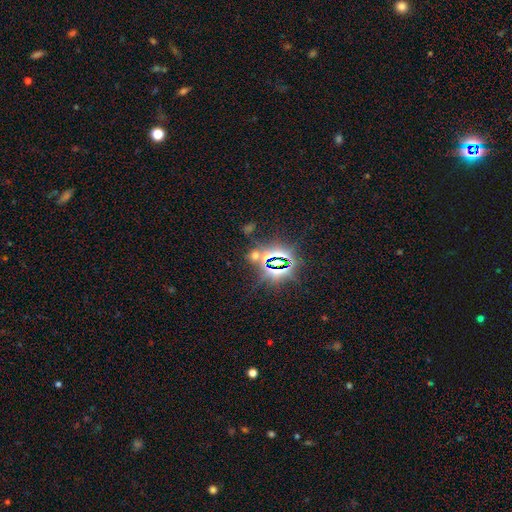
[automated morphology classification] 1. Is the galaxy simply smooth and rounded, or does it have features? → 66% star or artifact, 26% smooth, 8% featured or disk.